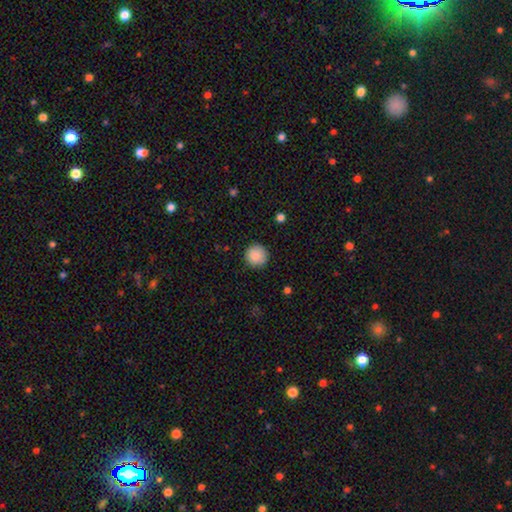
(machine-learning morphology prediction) type=smooth (88%); roundness=round (96%); merging=none (90%).